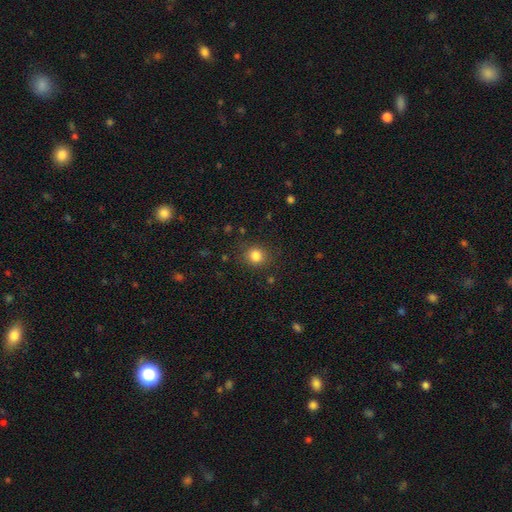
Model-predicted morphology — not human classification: Smooth or featured? Predicted: smooth (p=0.83). How rounded? Predicted: round (p=0.78). Merging? Predicted: none (p=0.86).